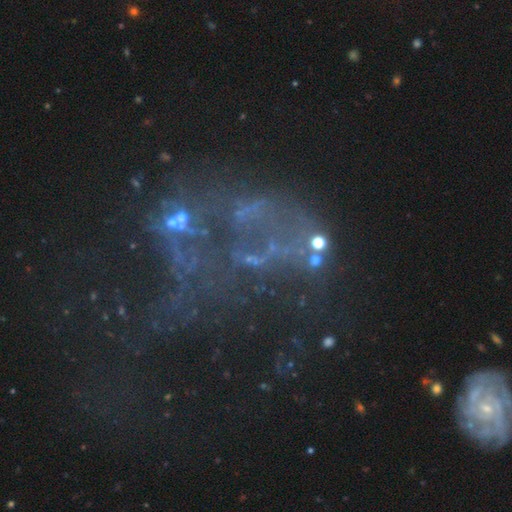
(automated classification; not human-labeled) Smooth or featured: featured or disk — 50% (star or artifact — 37%)
Edge-on disk: no — 96% (yes — 4%)
Merging: major disturbance — 44% (none — 27%)